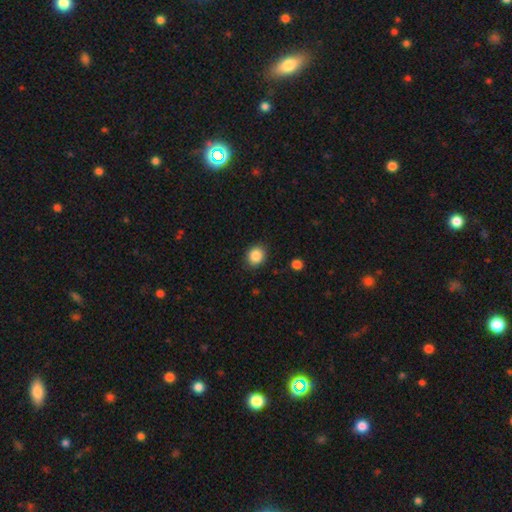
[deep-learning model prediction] Morphology: type=smooth (87%); roundness=round (62%); merging=none (88%).